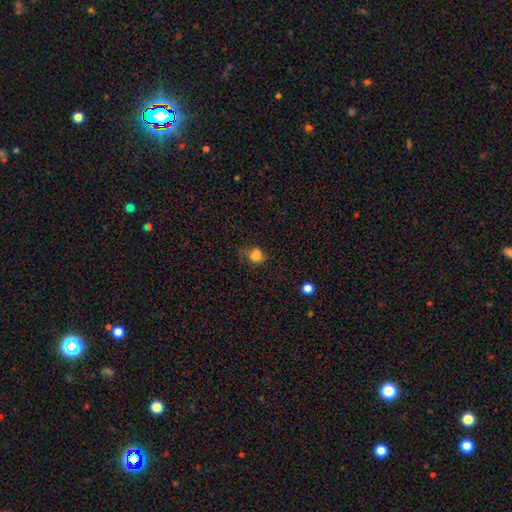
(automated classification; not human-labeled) Q: Smooth or featured?
A: smooth (81%); runner-up: star or artifact (12%)
Q: How rounded?
A: round (69%); runner-up: in between (30%)
Q: Merging?
A: none (53%); runner-up: minor disturbance (31%)